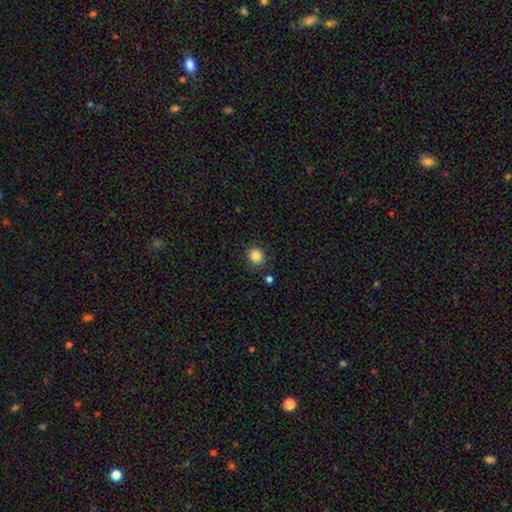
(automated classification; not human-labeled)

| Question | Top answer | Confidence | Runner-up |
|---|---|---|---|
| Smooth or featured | smooth | 86% | star or artifact (11%) |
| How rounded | round | 85% | in between (14%) |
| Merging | none | 84% | minor disturbance (9%) |